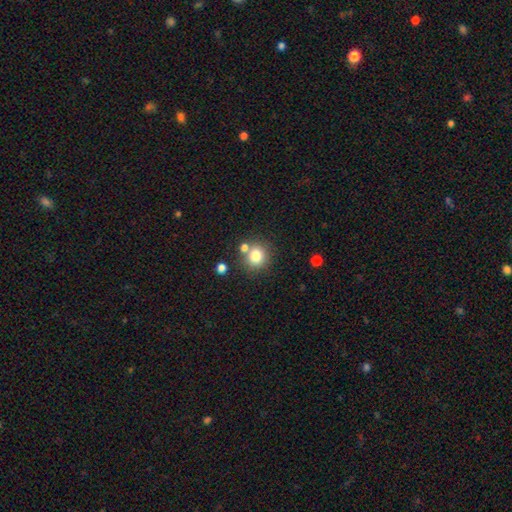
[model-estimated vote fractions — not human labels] Smooth or featured?
  - smooth: 79% *
  - star or artifact: 12%
  - featured or disk: 9%
How rounded?
  - round: 88% *
  - in between: 11%
  - cigar-shaped: 1%
Merging?
  - none: 70% *
  - merger: 17%
  - minor disturbance: 9%
  - major disturbance: 3%